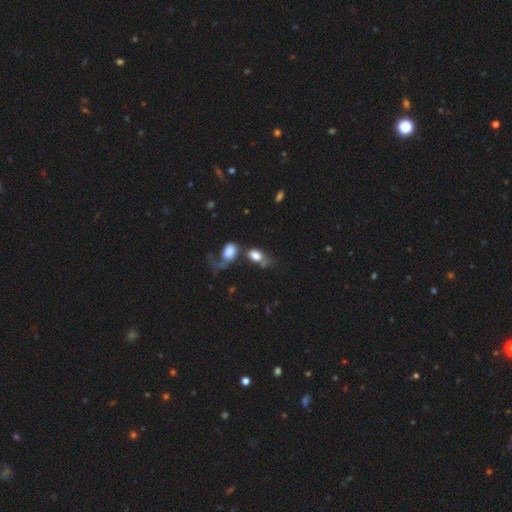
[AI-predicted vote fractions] Smooth or featured? Predicted: smooth (p=0.75). How rounded? Predicted: in between (p=0.83). Merging? Predicted: merger (p=0.38).